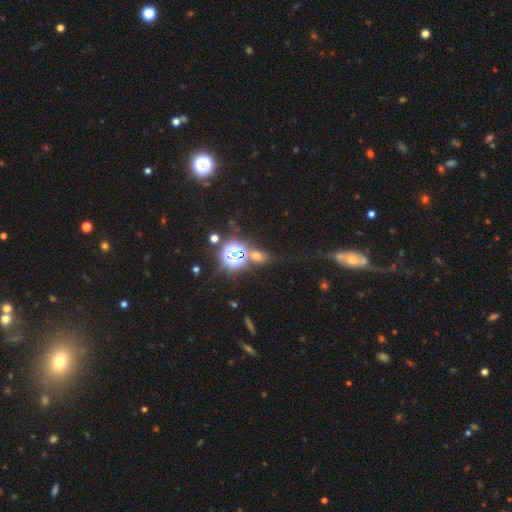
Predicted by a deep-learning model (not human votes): Smooth or featured? star or artifact (50%)